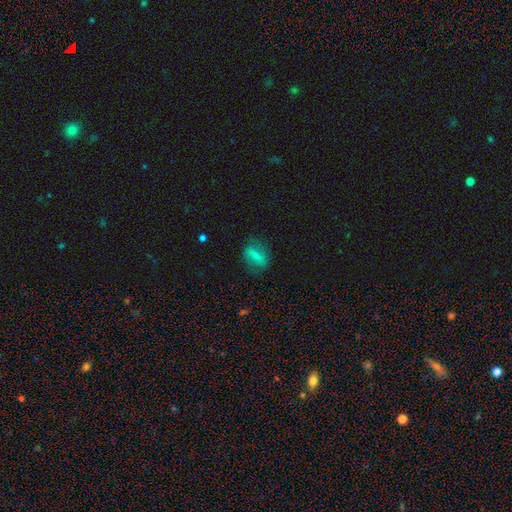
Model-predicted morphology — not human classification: Overall: smooth (55%; featured or disk 35%). How rounded: in between (64%; round 29%). Merging: none (77%).